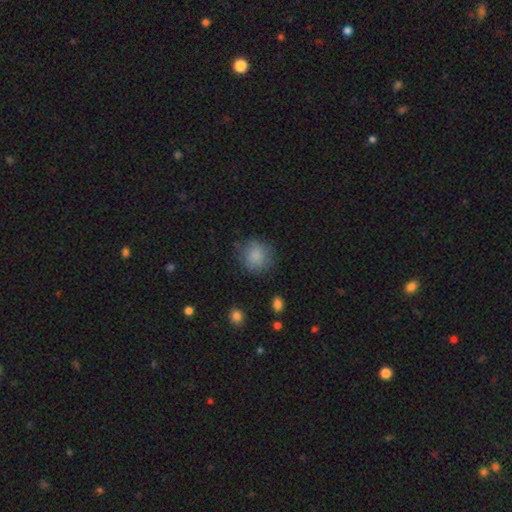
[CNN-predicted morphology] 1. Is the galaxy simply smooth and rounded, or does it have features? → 84% smooth, 9% star or artifact, 7% featured or disk.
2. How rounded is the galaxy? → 86% round, 13% in between, 1% cigar-shaped.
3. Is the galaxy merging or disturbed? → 77% none, 15% minor disturbance, 6% major disturbance, 2% merger.